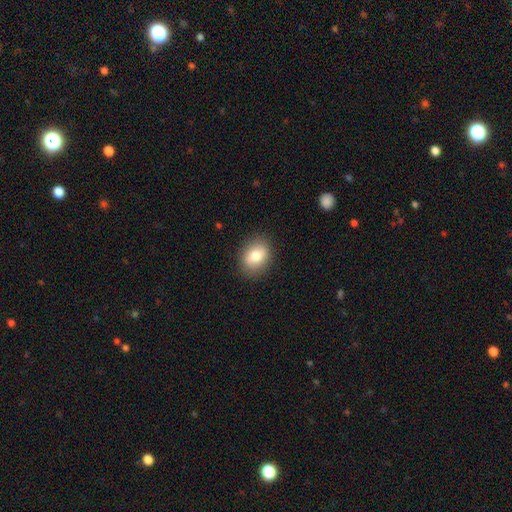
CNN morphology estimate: smooth-or-featured: smooth: 79% | featured or disk: 12% | star or artifact: 9%
  how-rounded: in between: 60% | round: 39% | cigar-shaped: 1%
  merging: none: 87% | minor disturbance: 9% | major disturbance: 3% | merger: 1%